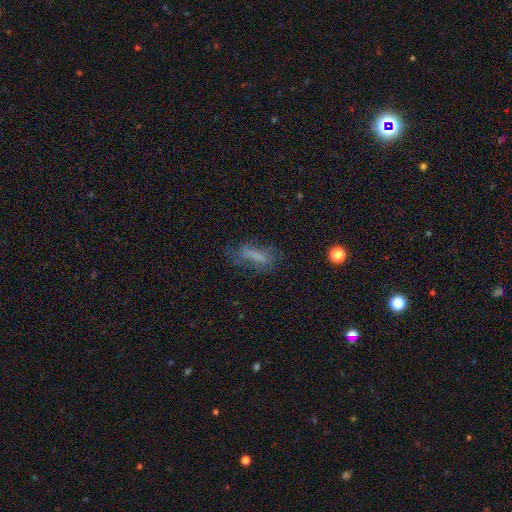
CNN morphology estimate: The model was most divided on "how rounded": cigar-shaped: 51%, in between: 46%, round: 4%. More confident: smooth or featured — smooth (55%); merging — none (51%).